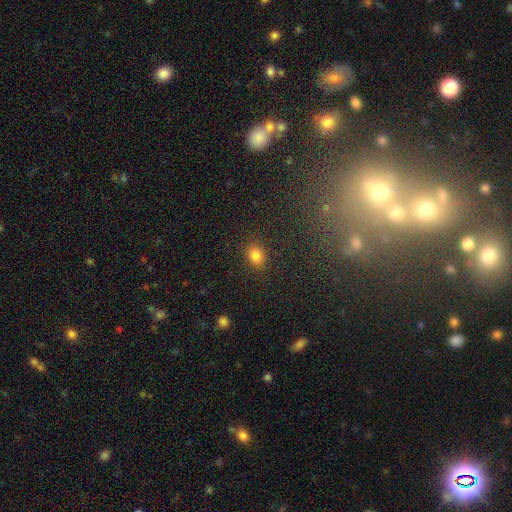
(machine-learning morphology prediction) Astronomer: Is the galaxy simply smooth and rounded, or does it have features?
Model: smooth — 83%.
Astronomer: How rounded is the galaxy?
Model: in between — 70%.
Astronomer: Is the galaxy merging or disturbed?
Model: none — 87%.